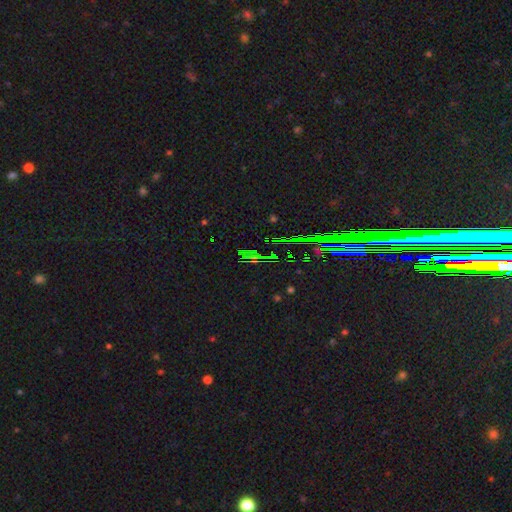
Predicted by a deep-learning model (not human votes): Smooth or featured? Predicted: star or artifact (p=0.78).